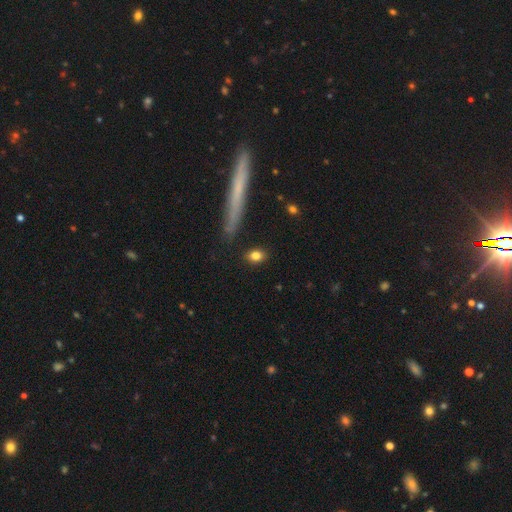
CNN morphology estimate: This is clearly a smooth galaxy (82%). How rounded: likely in between (70%). Merging: clearly none (86%).